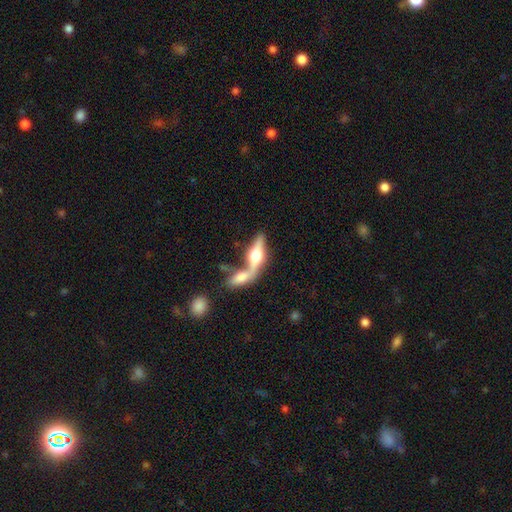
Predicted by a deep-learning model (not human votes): Smooth or featured? featured or disk (54%)
Edge-on disk? yes (84%)
Merging? merger (58%)